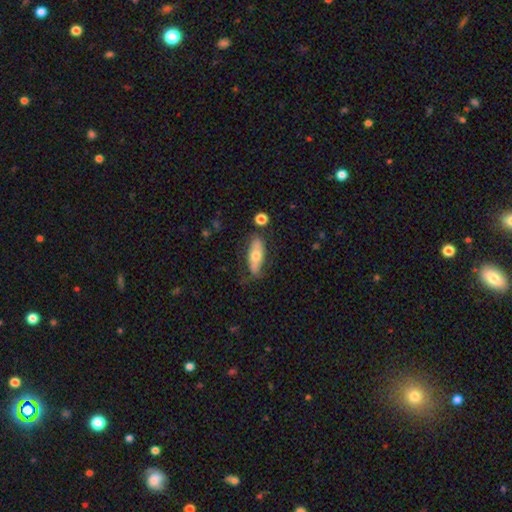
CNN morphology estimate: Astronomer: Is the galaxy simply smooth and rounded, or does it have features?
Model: smooth — 60%.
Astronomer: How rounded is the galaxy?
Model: in between — 69%.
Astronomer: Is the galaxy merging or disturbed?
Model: none — 68%.